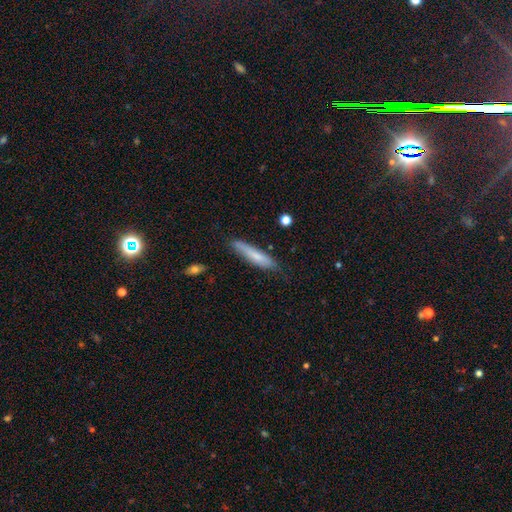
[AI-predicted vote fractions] Smooth or featured? Predicted: smooth (p=0.70). How rounded? Predicted: cigar-shaped (p=0.86). Merging? Predicted: none (p=0.76).